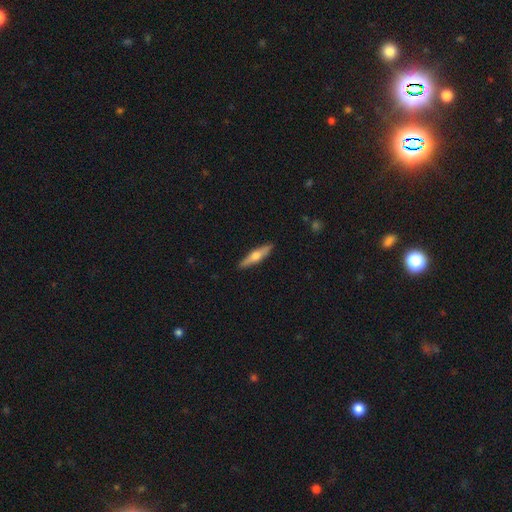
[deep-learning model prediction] smooth_or_featured: featured or disk (p=0.50) [alt: smooth p=0.45]
merging: none (p=0.90) [alt: minor disturbance p=0.07]